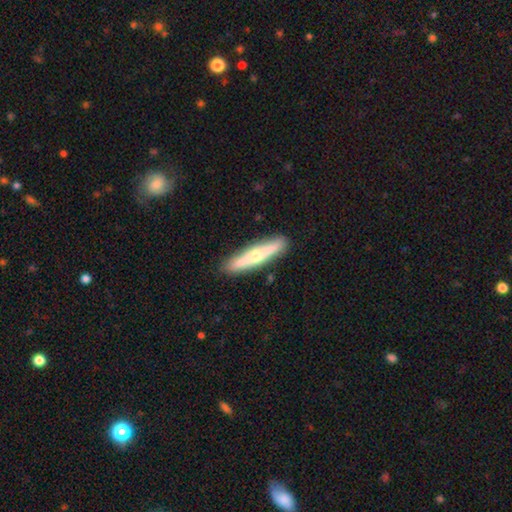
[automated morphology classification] Smooth or featured?
  - featured or disk: 53% *
  - smooth: 42%
  - star or artifact: 6%
Edge-on disk?
  - yes: 88% *
  - no: 12%
Merging?
  - none: 88% *
  - minor disturbance: 8%
  - major disturbance: 2%
  - merger: 1%